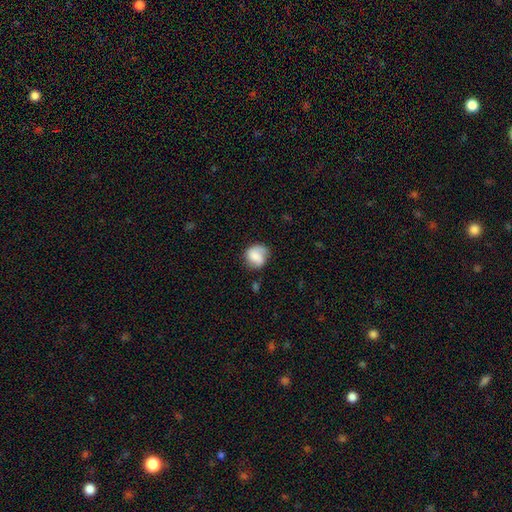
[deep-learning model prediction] This appears to be a smooth galaxy with no disk features (68%) that is round (76%). Merging: none (60%).